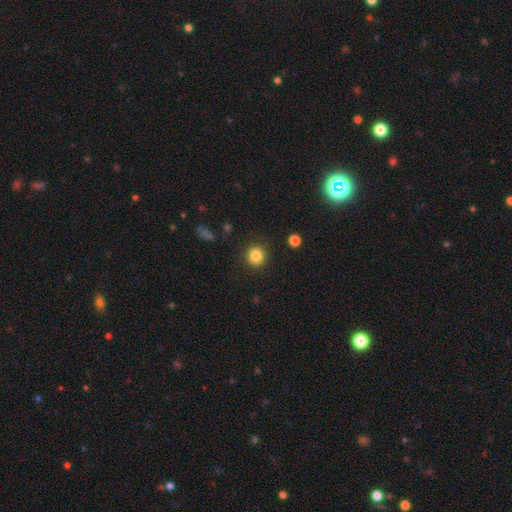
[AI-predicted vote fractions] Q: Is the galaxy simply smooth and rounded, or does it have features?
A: smooth — 84%.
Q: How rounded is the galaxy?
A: round — 88%.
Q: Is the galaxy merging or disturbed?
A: none — 89%.